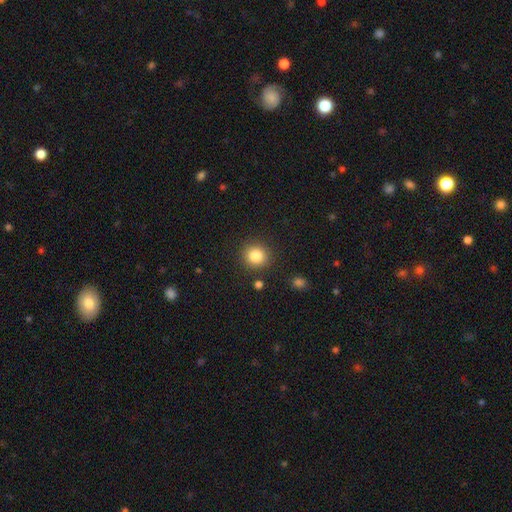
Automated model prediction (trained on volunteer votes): Smooth or featured?
  - smooth: 84% *
  - star or artifact: 11%
  - featured or disk: 6%
How rounded?
  - round: 90% *
  - in between: 9%
  - cigar-shaped: 1%
Merging?
  - none: 89% *
  - minor disturbance: 7%
  - major disturbance: 2%
  - merger: 2%